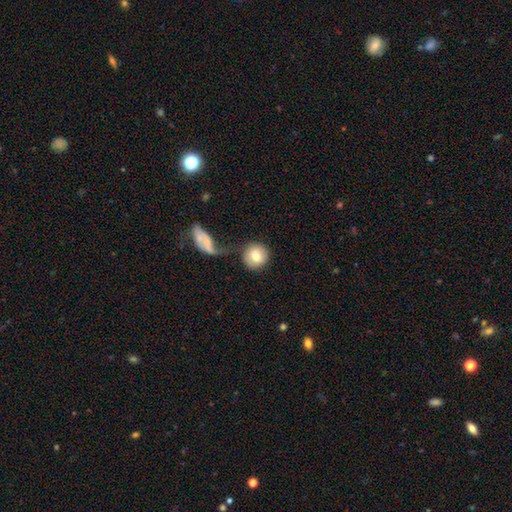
A smooth galaxy with no disk features (82%) that is round (91%). Merging: merger (54%).